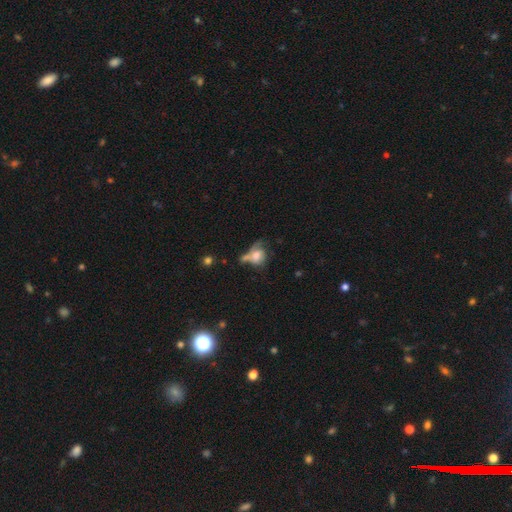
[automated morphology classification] A smooth galaxy with no disk features (61%) that is in between round and cigar-shaped (54%).

Vote fractions:
- Smooth or featured? smooth: 61% / featured or disk: 29% / star or artifact: 10%
- How rounded? in between: 54% / round: 44% / cigar-shaped: 2%
- Merging? merger: 33% / none: 26% / major disturbance: 22% / minor disturbance: 19%